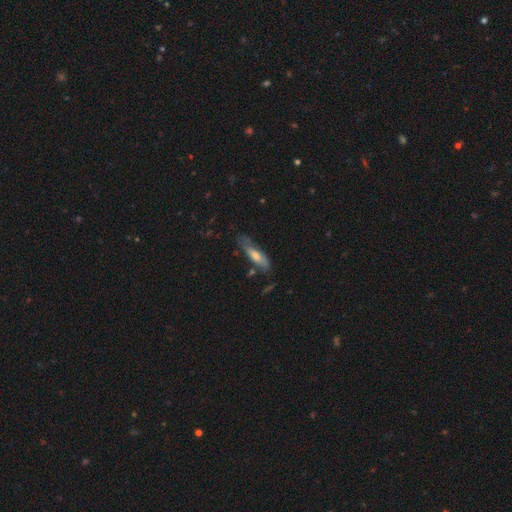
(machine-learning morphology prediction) The model was most divided on "smooth or featured": smooth: 51%, featured or disk: 42%, star or artifact: 7%. More confident: how rounded — cigar-shaped (62%); merging — none (59%).